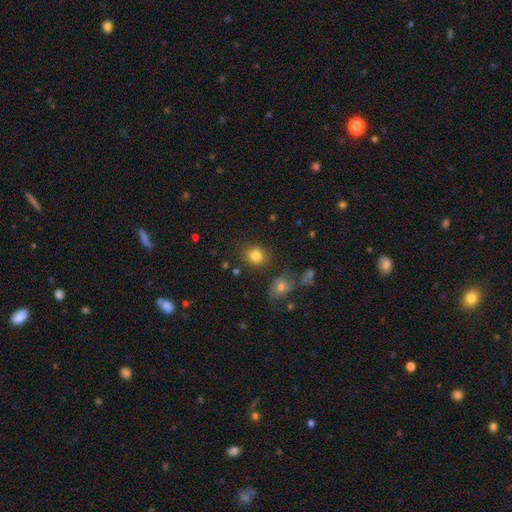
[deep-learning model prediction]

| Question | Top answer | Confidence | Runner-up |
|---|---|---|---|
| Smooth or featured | smooth | 82% | star or artifact (11%) |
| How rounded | round | 72% | in between (27%) |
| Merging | none | 75% | minor disturbance (13%) |